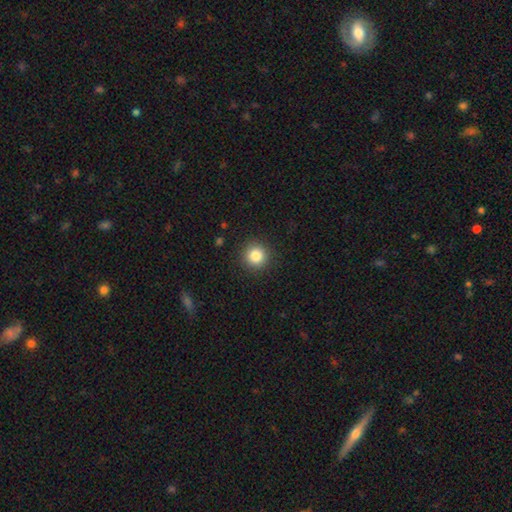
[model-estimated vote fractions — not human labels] A smooth galaxy with no disk features (84%) that is round (95%). Merging: none (91%).